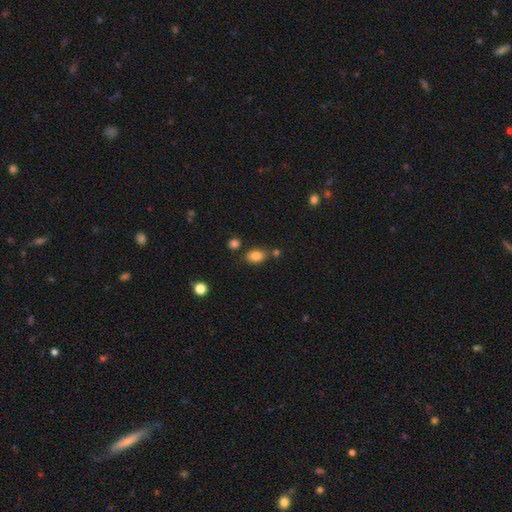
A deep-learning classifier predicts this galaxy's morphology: This appears to be a smooth galaxy with no disk features (83%) that is in between round and cigar-shaped (80%). Merging: none (71%).